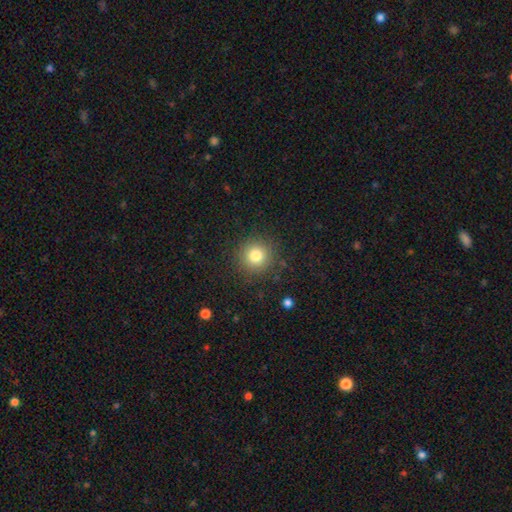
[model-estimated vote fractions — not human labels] Smooth or featured? smooth (80%)
How rounded? round (94%)
Merging? none (89%)